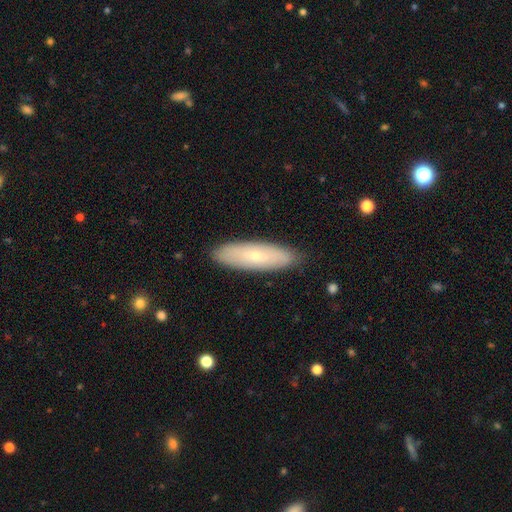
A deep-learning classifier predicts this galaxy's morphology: Overall: smooth (57%; featured or disk 37%). How rounded: cigar-shaped (55%; in between 43%). Merging: none (87%).